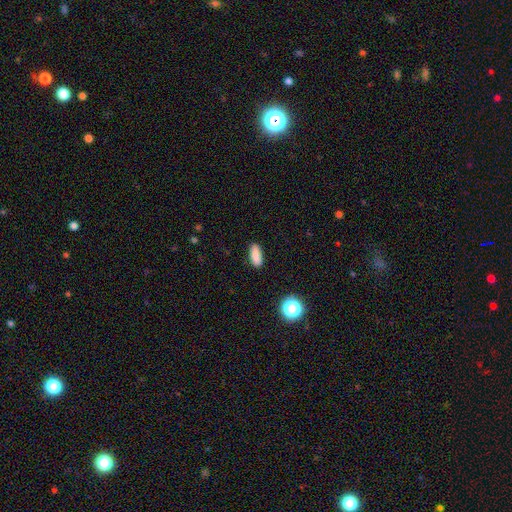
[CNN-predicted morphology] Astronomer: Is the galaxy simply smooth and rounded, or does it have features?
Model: smooth — 86%.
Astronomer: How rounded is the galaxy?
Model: in between — 73%.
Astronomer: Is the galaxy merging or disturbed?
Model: none — 86%.